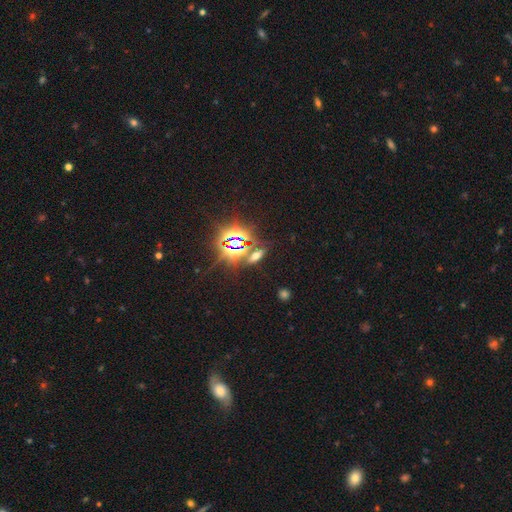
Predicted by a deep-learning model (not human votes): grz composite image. It shows a star or artifact, not a galaxy (51%).